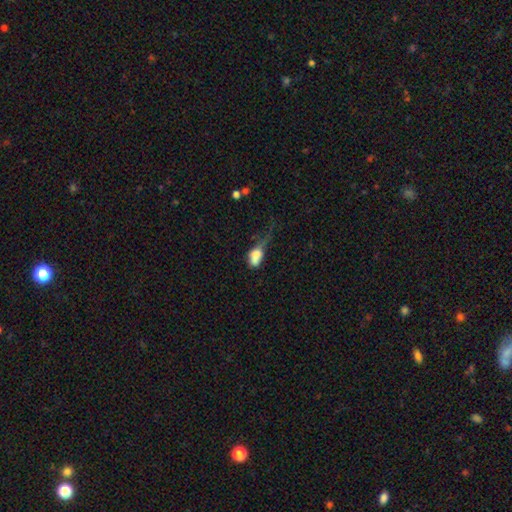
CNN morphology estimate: Smooth or featured? smooth (72%)
How rounded? in between (82%)
Merging? major disturbance (49%)